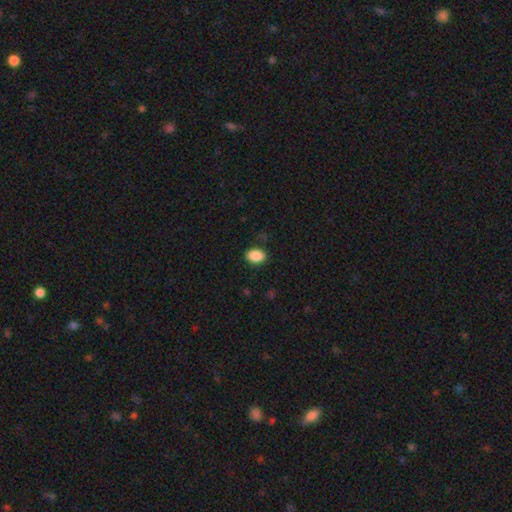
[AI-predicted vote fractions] Q: Smooth or featured?
A: smooth (89%); runner-up: star or artifact (8%)
Q: How rounded?
A: in between (83%); runner-up: round (16%)
Q: Merging?
A: none (87%); runner-up: minor disturbance (9%)